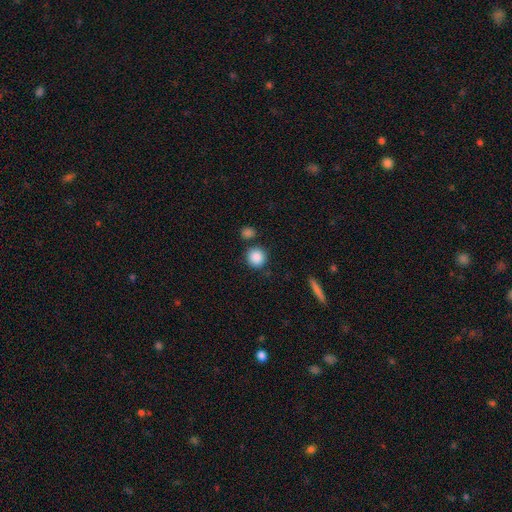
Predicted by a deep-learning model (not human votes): This appears to be a smooth galaxy with no disk features (88%) that is round (91%). Merging: none (80%).